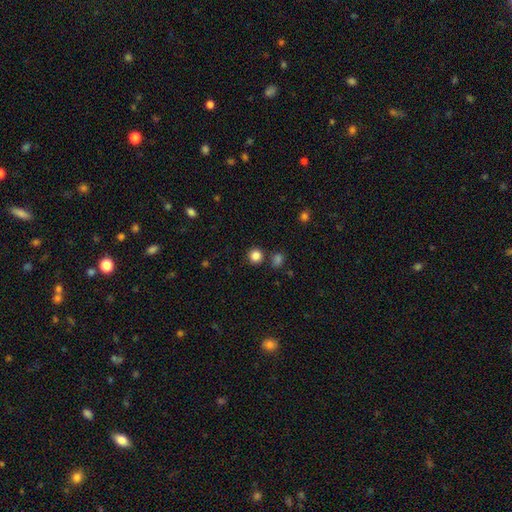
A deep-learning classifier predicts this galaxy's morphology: Smooth or featured: smooth — 85% (star or artifact — 12%)
How rounded: round — 93% (in between — 6%)
Merging: none — 85% (minor disturbance — 7%)